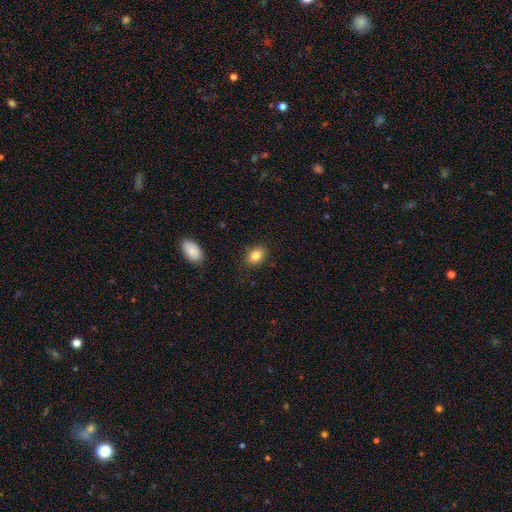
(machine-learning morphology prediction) A smooth galaxy with no disk features (84%) that is in between round and cigar-shaped (74%).

Vote fractions:
- Smooth or featured? smooth: 84% / star or artifact: 9% / featured or disk: 7%
- How rounded? in between: 74% / round: 24% / cigar-shaped: 1%
- Merging? none: 86% / minor disturbance: 10% / major disturbance: 2% / merger: 2%